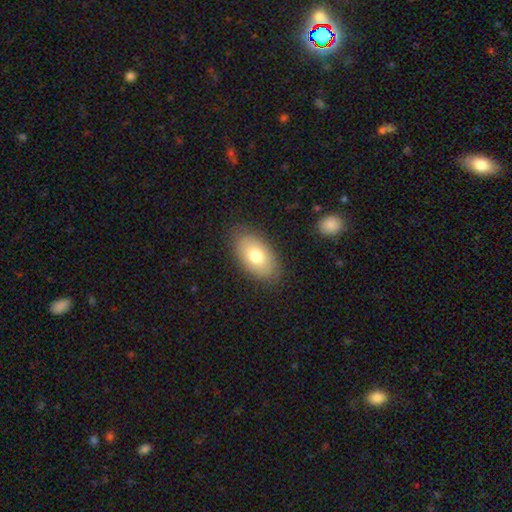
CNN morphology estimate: smooth 72%, featured or disk 22%, star or artifact 7%. Down the decision tree: how rounded — in between (93%); merging — none (83%).